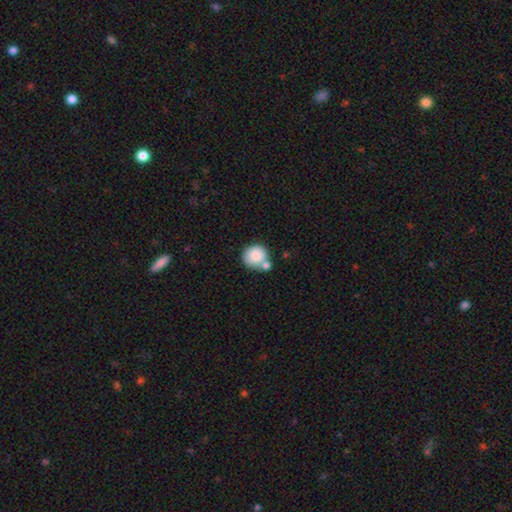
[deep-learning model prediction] Smooth or featured? smooth (83%)
How rounded? round (88%)
Merging? none (55%)